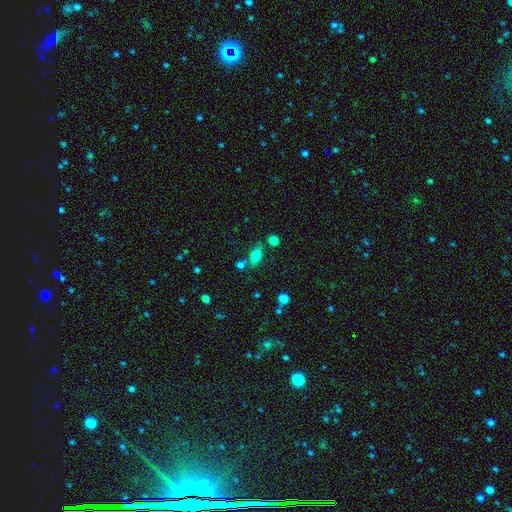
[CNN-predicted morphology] smooth-or-featured: smooth: 73% | featured or disk: 16% | star or artifact: 11%
  how-rounded: in between: 80% | cigar-shaped: 12% | round: 8%
  merging: none: 68% | minor disturbance: 14% | merger: 13% | major disturbance: 5%